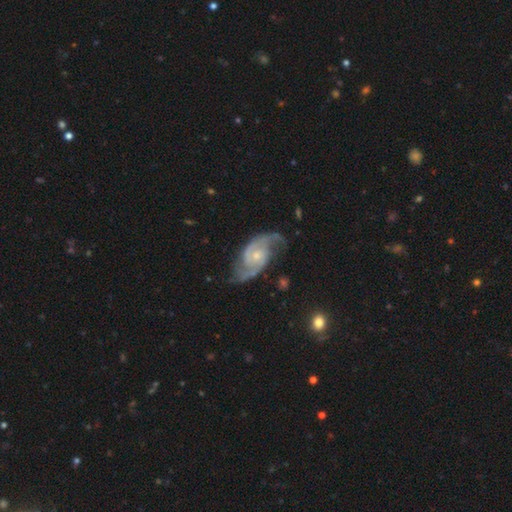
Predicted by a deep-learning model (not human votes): A featured or disk galaxy (91%) with no bar (62%), 2 (91%) medium (55%) spiral arms (98%) and a small central bulge (59%). Merging: none (74%).